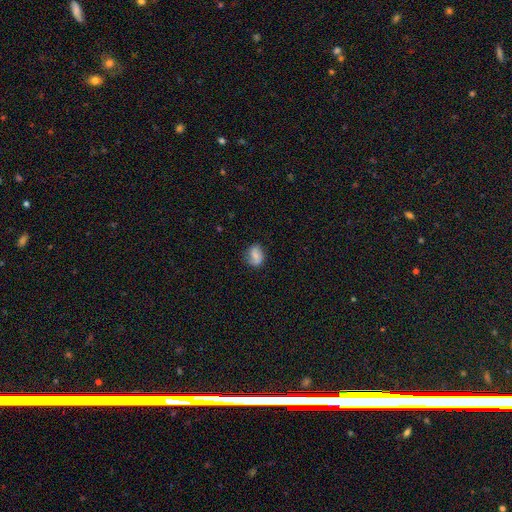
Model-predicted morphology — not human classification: Smooth or featured? Predicted: smooth (p=0.62). How rounded? Predicted: in between (p=0.60). Merging? Predicted: none (p=0.67).